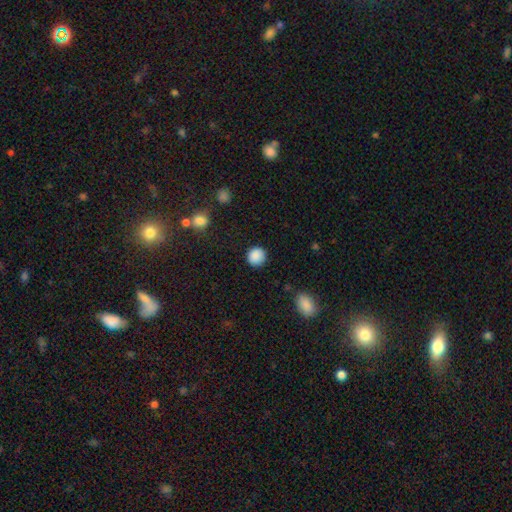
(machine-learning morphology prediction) Smooth or featured? smooth (88%)
How rounded? round (92%)
Merging? none (90%)